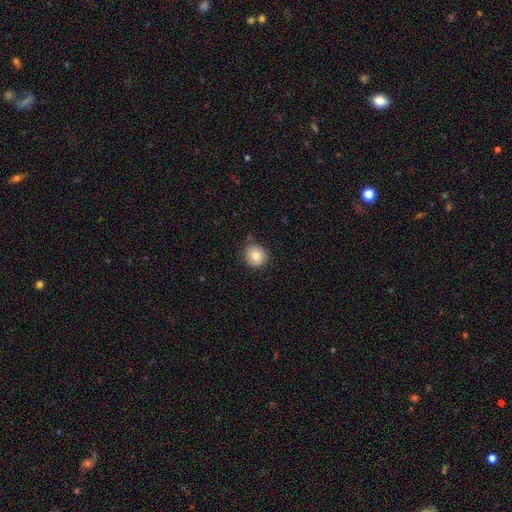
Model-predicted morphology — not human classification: Q: Smooth or featured?
A: smooth (83%); runner-up: star or artifact (9%)
Q: How rounded?
A: round (90%); runner-up: in between (9%)
Q: Merging?
A: none (81%); runner-up: minor disturbance (14%)